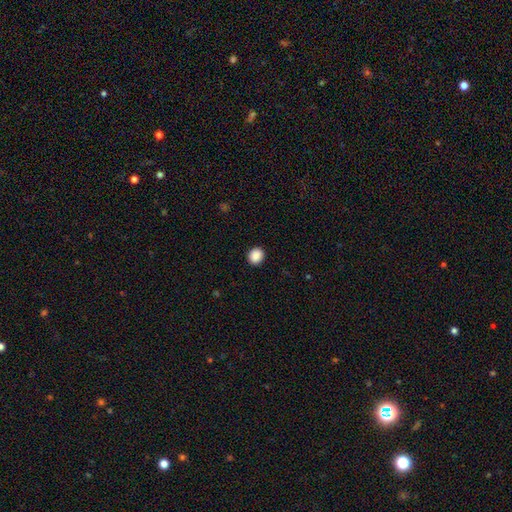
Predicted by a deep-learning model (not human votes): Smooth or featured? Predicted: smooth (p=0.89). How rounded? Predicted: round (p=0.75). Merging? Predicted: none (p=0.91).